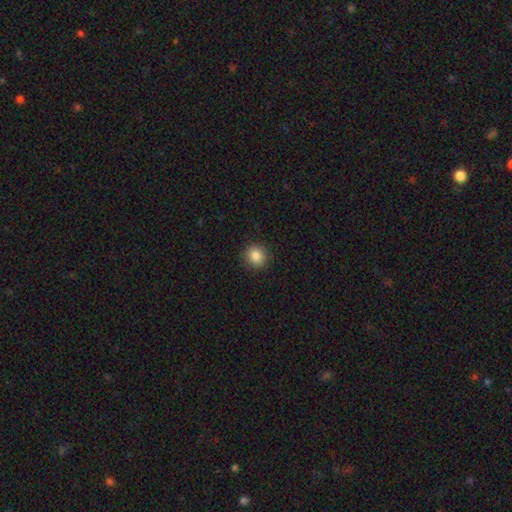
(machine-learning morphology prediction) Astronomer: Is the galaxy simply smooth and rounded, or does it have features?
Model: smooth — 85%.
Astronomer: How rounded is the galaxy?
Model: round — 86%.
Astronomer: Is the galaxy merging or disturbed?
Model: none — 90%.